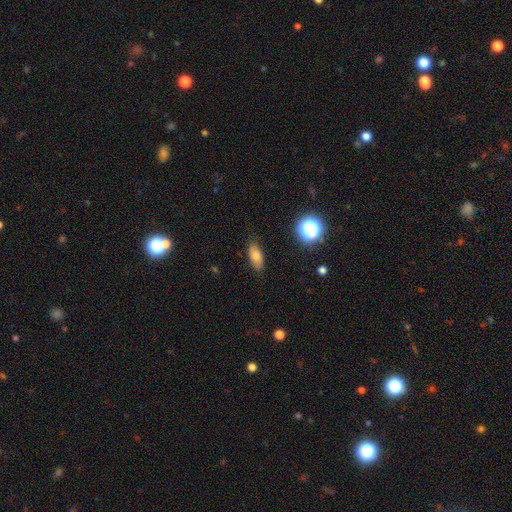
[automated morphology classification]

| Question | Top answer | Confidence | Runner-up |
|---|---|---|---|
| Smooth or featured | smooth | 75% | featured or disk (14%) |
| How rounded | in between | 81% | cigar-shaped (13%) |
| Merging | none | 83% | minor disturbance (13%) |